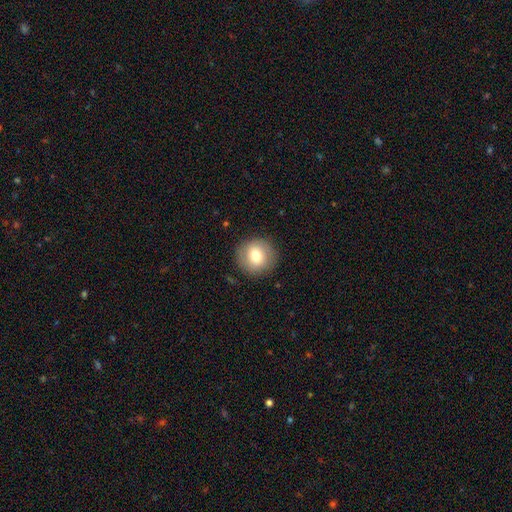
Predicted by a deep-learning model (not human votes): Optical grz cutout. It shows a smooth galaxy with no disk features (74%) that is round (89%). Merging: none (87%).